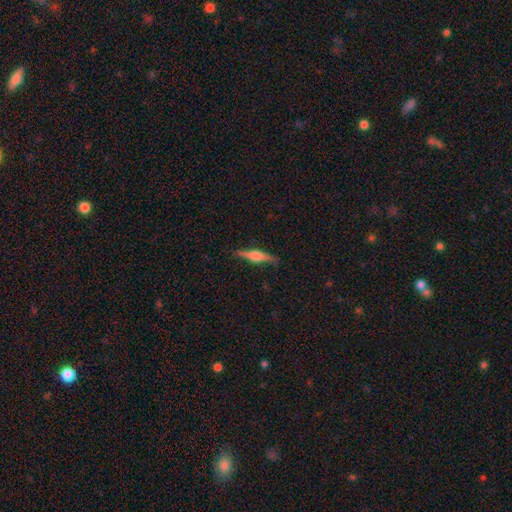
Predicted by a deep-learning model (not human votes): Smooth or featured: featured or disk — 72% (smooth — 22%)
Edge-on disk: yes — 98% (no — 2%)
Edge-on bulge: rounded — 88% (boxy — 10%)
Merging: none — 88% (minor disturbance — 9%)